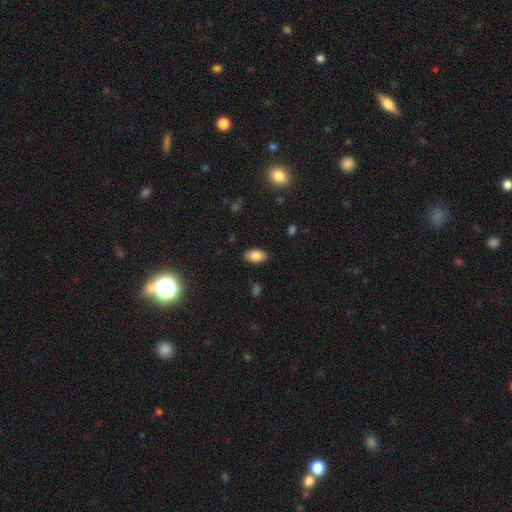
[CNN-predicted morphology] This is clearly a smooth galaxy (85%). How rounded: clearly in between (94%). Merging: clearly none (88%).